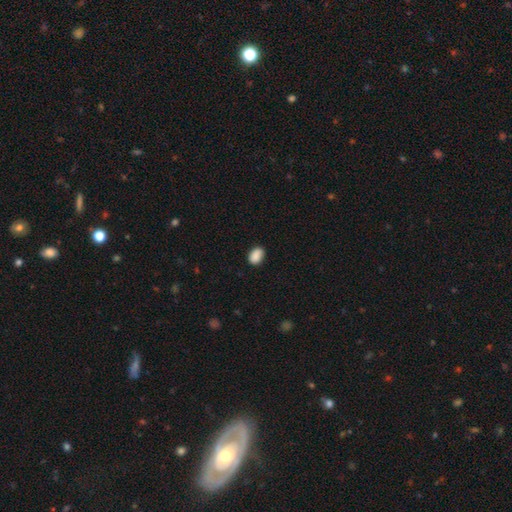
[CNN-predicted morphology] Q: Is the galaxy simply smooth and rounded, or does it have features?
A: smooth — 88%.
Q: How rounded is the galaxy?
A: in between — 82%.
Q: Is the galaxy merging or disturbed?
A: none — 82%.